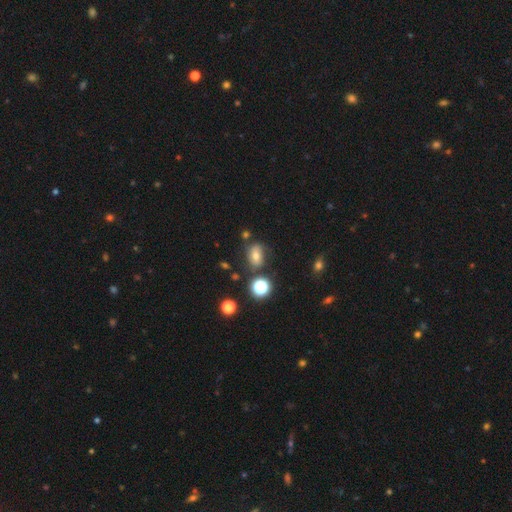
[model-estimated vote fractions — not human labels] smooth_or_featured: smooth (p=0.60) [alt: featured or disk p=0.22]
how_rounded: in between (p=0.68) [alt: round p=0.30]
merging: none (p=0.68) [alt: minor disturbance p=0.19]